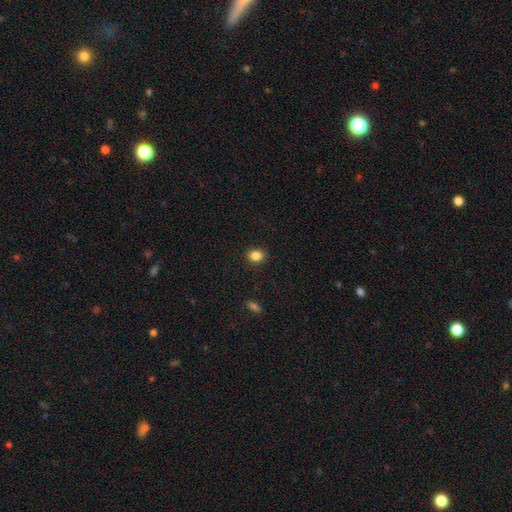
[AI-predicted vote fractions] Smooth or featured?
  - smooth: 85% *
  - star or artifact: 10%
  - featured or disk: 4%
How rounded?
  - round: 54% *
  - in between: 45%
  - cigar-shaped: 1%
Merging?
  - none: 89% *
  - minor disturbance: 8%
  - major disturbance: 2%
  - merger: 1%